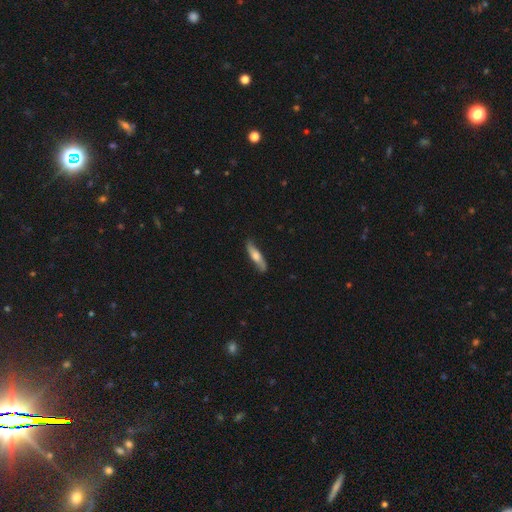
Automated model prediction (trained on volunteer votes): Smooth or featured?
  - smooth: 50% *
  - featured or disk: 45%
  - star or artifact: 5%
Merging?
  - none: 82% *
  - minor disturbance: 14%
  - major disturbance: 3%
  - merger: 1%